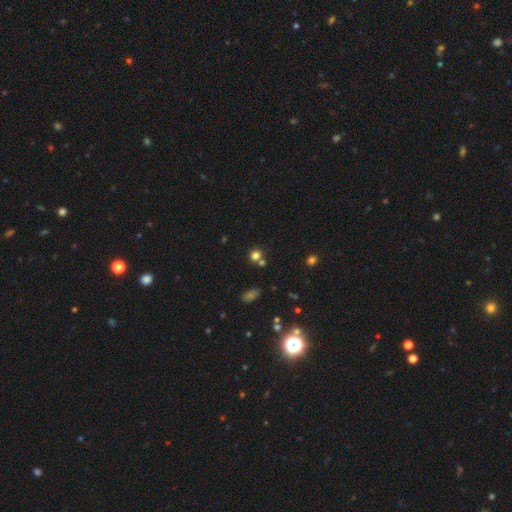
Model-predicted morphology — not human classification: smooth-or-featured: smooth: 75% | star or artifact: 18% | featured or disk: 7%
  how-rounded: round: 86% | in between: 13% | cigar-shaped: 1%
  merging: none: 63% | merger: 25% | minor disturbance: 9% | major disturbance: 4%